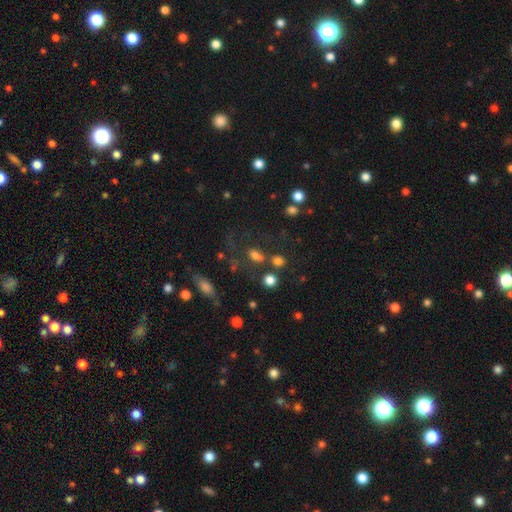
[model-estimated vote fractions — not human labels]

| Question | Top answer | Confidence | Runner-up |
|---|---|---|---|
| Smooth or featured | smooth | 68% | star or artifact (20%) |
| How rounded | in between | 58% | round (38%) |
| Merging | none | 48% | merger (21%) |